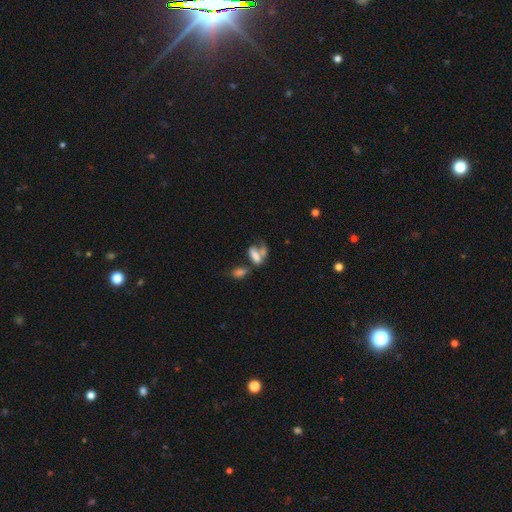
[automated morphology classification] The model was most divided on "merging": merger: 47%, none: 23%, major disturbance: 19%, minor disturbance: 11%. More confident: how rounded — in between (79%); smooth or featured — smooth (62%).